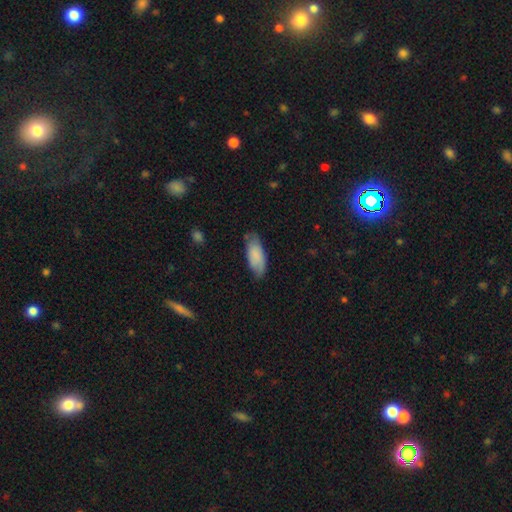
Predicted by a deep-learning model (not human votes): Smooth or featured: smooth — 82% (featured or disk — 13%)
How rounded: in between — 84% (cigar-shaped — 14%)
Merging: none — 71% (minor disturbance — 23%)